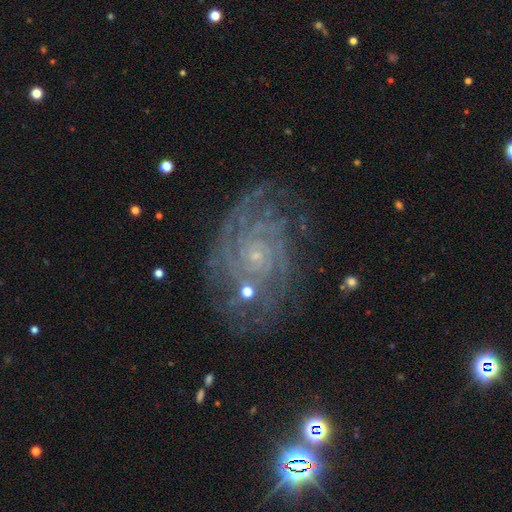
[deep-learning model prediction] Smooth or featured? Predicted: featured or disk (p=0.83). Edge-on disk? Predicted: no (p=0.97). Bar? Predicted: no (p=0.78). Spiral arms? Predicted: yes (p=0.96). Spiral winding? Predicted: tight (p=0.74). Spiral arm count? Predicted: can't tell (p=0.32). Bulge size? Predicted: small (p=0.85). Merging? Predicted: none (p=0.73).